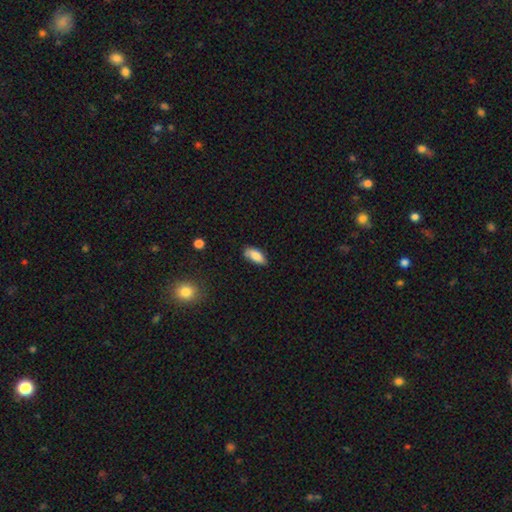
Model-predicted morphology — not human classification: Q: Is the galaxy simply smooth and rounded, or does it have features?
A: smooth — 83%.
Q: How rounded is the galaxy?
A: in between — 85%.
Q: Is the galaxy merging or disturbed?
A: none — 67%.